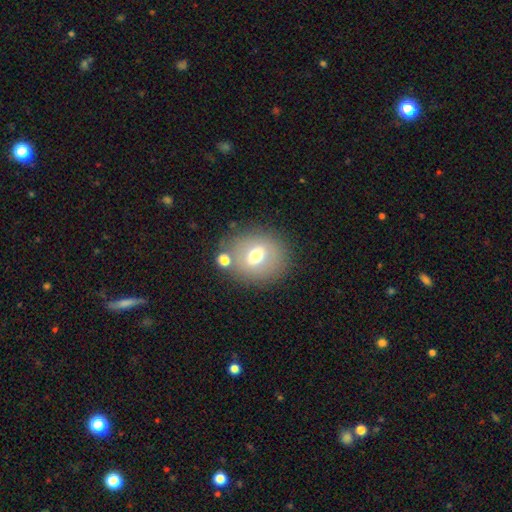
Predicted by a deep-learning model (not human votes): A smooth galaxy with no disk features (60%) that is round (66%).

Vote fractions:
- Smooth or featured? smooth: 60% / featured or disk: 29% / star or artifact: 11%
- How rounded? round: 66% / in between: 33% / cigar-shaped: 1%
- Merging? none: 75% / minor disturbance: 12% / merger: 8% / major disturbance: 5%